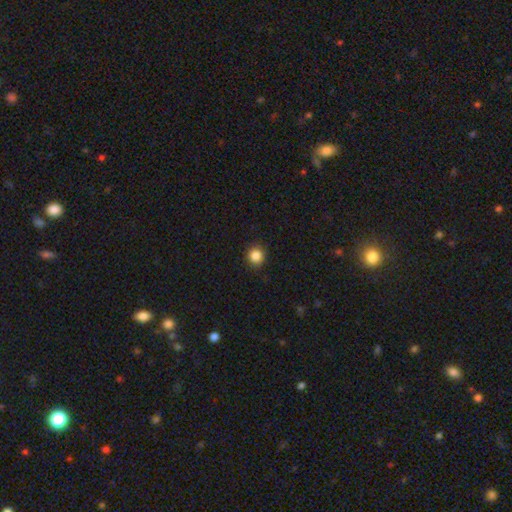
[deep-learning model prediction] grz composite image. It shows a smooth galaxy with no disk features (86%) that is round (91%). Merging: none (90%).